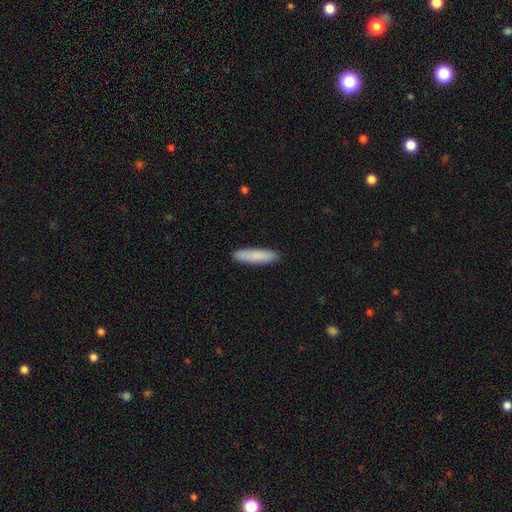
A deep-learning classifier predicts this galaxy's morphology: Overall: smooth (86%). How rounded: cigar-shaped (79%). Merging: none (90%).